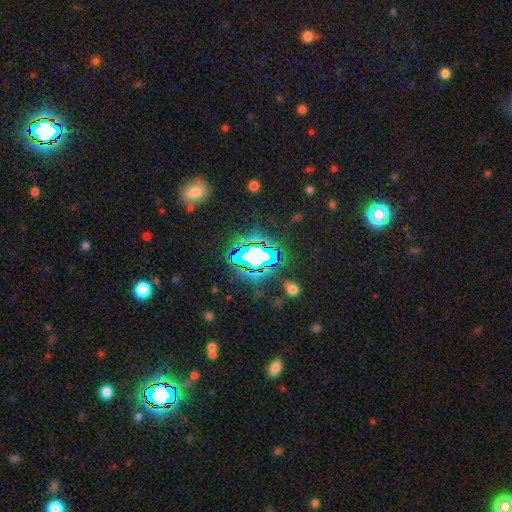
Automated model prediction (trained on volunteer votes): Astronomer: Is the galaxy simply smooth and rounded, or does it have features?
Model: star or artifact — 64%.